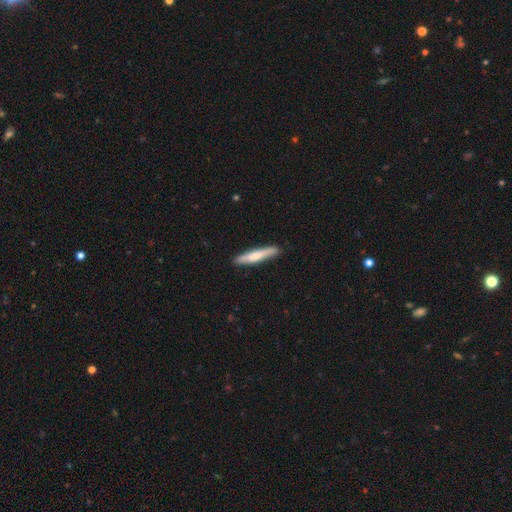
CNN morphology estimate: Q: Smooth or featured?
A: smooth (65%); runner-up: featured or disk (30%)
Q: How rounded?
A: cigar-shaped (92%); runner-up: in between (7%)
Q: Merging?
A: none (88%); runner-up: minor disturbance (9%)